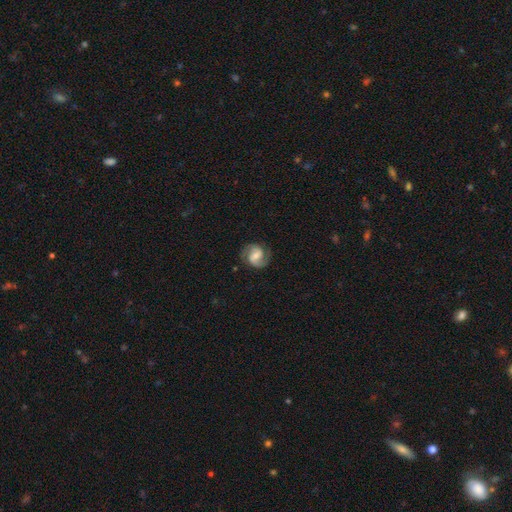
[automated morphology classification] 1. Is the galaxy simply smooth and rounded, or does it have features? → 83% featured or disk, 11% smooth, 6% star or artifact.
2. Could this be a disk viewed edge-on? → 98% no, 2% yes.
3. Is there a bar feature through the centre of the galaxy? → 50% weak, 30% no, 20% strong.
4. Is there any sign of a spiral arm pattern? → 97% yes, 3% no.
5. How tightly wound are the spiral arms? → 54% medium, 27% tight, 18% loose.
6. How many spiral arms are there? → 92% 2, 3% can't tell, 2% 1, 1% 3, 1% 4, 1% more than 4.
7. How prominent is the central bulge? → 49% moderate, 41% small, 5% none, 4% large, 1% dominant.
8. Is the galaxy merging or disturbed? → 82% none, 13% minor disturbance, 4% major disturbance, 1% merger.